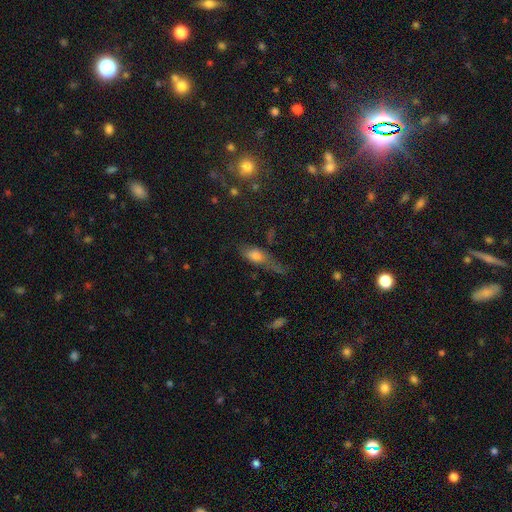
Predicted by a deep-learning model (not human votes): Smooth or featured?
  - smooth: 64% *
  - featured or disk: 23%
  - star or artifact: 13%
How rounded?
  - in between: 66% *
  - cigar-shaped: 27%
  - round: 7%
Merging?
  - none: 34% *
  - major disturbance: 30%
  - minor disturbance: 29%
  - merger: 8%